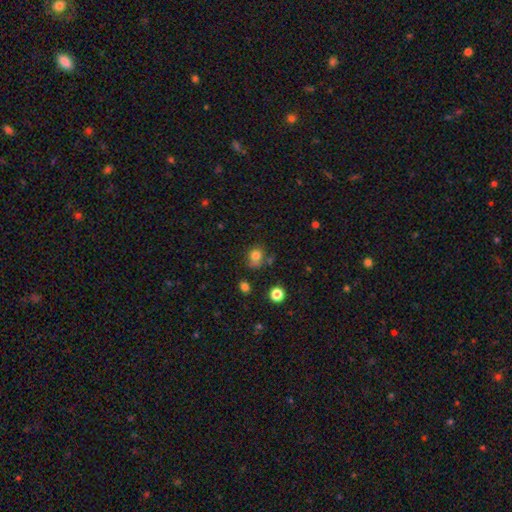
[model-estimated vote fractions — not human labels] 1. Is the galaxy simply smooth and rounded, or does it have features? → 79% smooth, 13% star or artifact, 8% featured or disk.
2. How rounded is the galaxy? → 71% round, 28% in between, 1% cigar-shaped.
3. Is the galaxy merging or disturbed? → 63% none, 21% minor disturbance, 8% merger, 7% major disturbance.